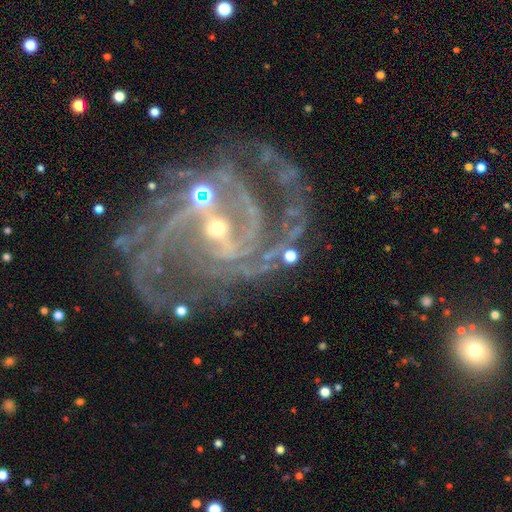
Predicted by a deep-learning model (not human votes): A featured or disk galaxy (91%) with a strong bar (45%), 2 (38%) medium (49%) spiral arms (98%) and a small central bulge (71%). Merging: none (59%).